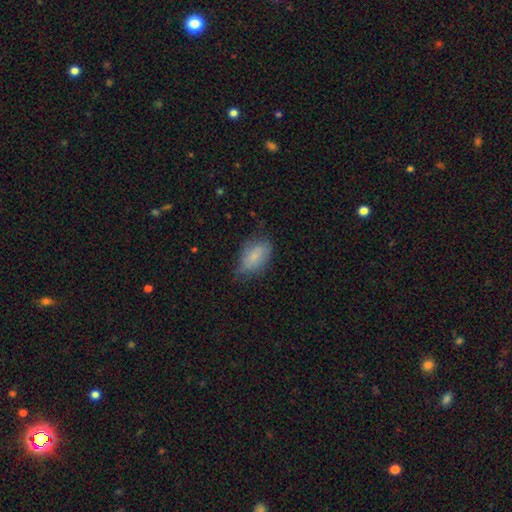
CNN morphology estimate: Smooth or featured? Predicted: smooth (p=0.77). How rounded? Predicted: in between (p=0.91). Merging? Predicted: none (p=0.56).